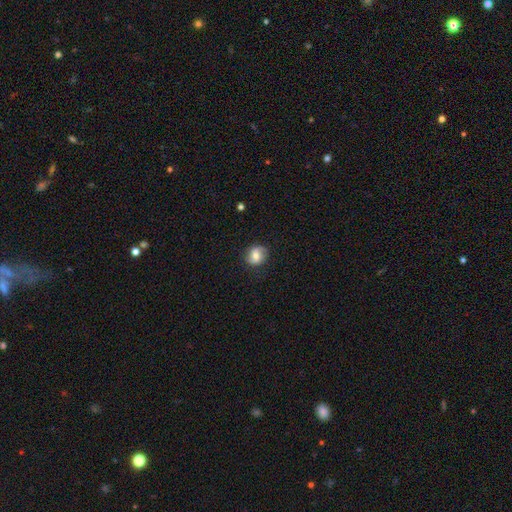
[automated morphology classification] smooth-or-featured: smooth: 57% | featured or disk: 35% | star or artifact: 9%
  how-rounded: round: 70% | in between: 29% | cigar-shaped: 1%
  merging: none: 78% | minor disturbance: 16% | major disturbance: 5% | merger: 1%